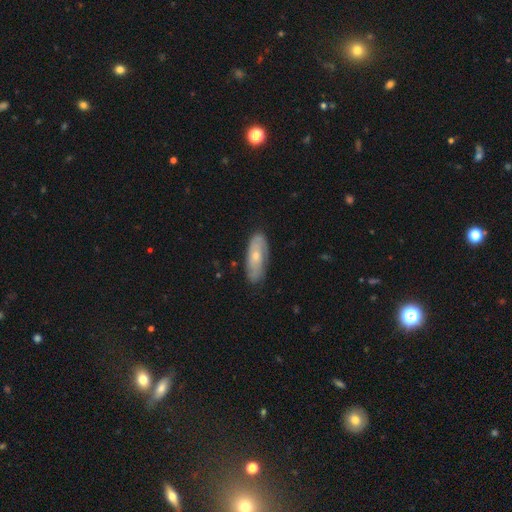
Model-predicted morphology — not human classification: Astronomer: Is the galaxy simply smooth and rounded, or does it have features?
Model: featured or disk — 52% (runner-up: smooth, 42%).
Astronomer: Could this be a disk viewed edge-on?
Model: no — 82%.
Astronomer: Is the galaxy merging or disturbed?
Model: none — 78%.